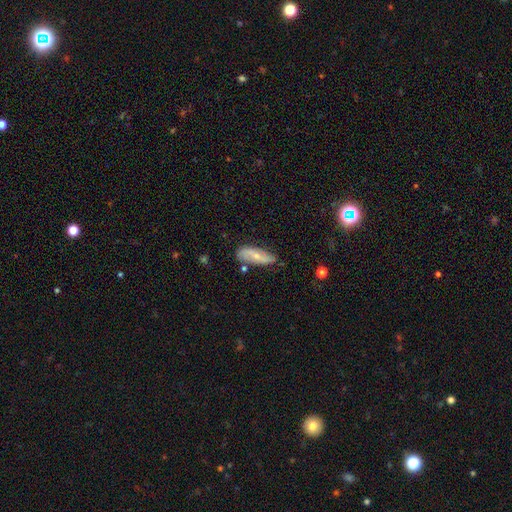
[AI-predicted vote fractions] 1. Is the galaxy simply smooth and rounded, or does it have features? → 47% featured or disk, 46% smooth, 7% star or artifact.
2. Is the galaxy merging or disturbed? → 72% none, 20% minor disturbance, 4% major disturbance, 4% merger.